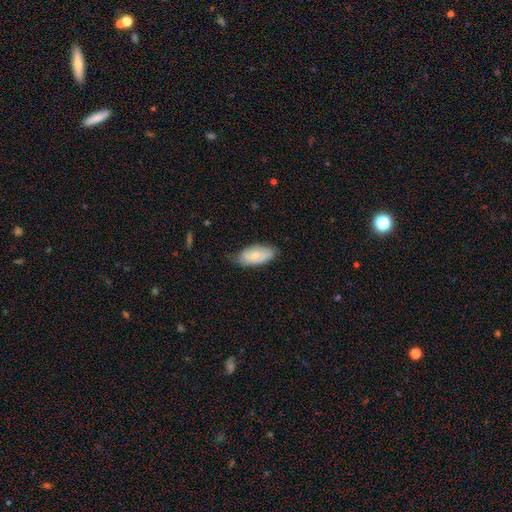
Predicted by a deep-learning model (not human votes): Smooth or featured? Predicted: smooth (p=0.70). How rounded? Predicted: in between (p=0.92). Merging? Predicted: none (p=0.69).